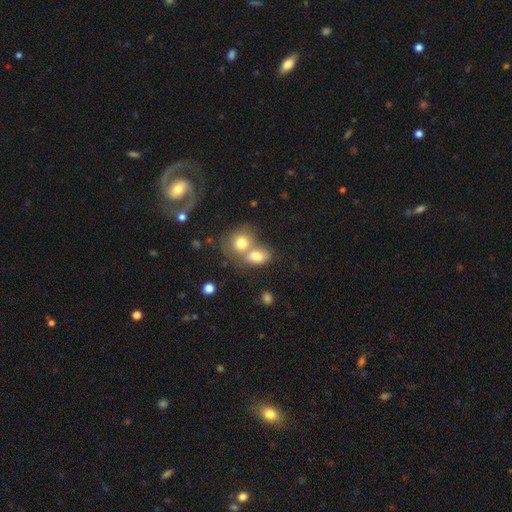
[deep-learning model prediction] This is likely a smooth galaxy (68%). How rounded: likely in between (62%). Merging: possibly merger (59%).